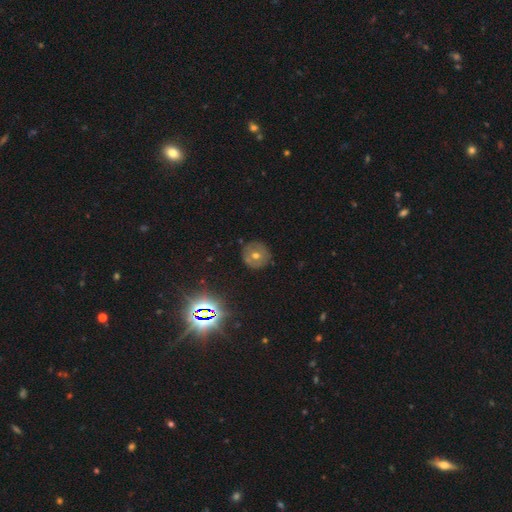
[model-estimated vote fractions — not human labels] Smooth or featured?
  - smooth: 46% *
  - featured or disk: 32%
  - star or artifact: 23%
Merging?
  - none: 85% *
  - minor disturbance: 10%
  - major disturbance: 3%
  - merger: 2%